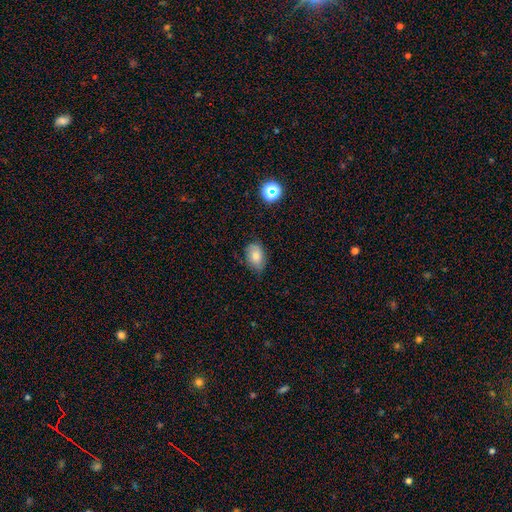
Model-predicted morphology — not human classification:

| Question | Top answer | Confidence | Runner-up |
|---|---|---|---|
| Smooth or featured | smooth | 77% | featured or disk (13%) |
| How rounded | in between | 83% | round (16%) |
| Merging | none | 69% | minor disturbance (25%) |